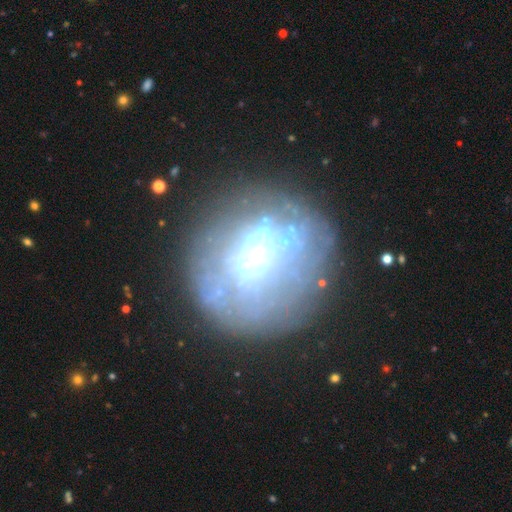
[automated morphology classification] This appears to be a featured or disk galaxy (54%). Merging: none (68%).